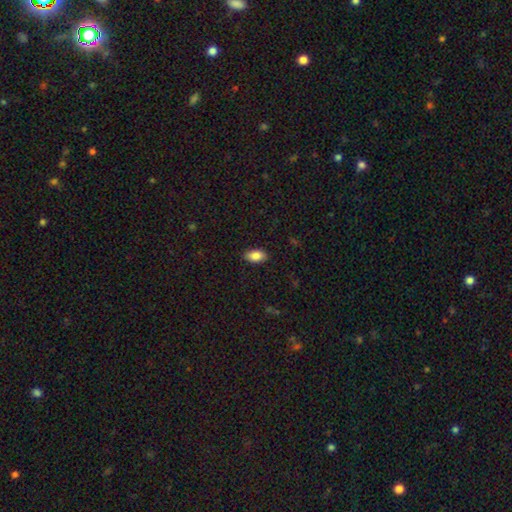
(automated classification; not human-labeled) Q: Smooth or featured?
A: smooth (87%); runner-up: star or artifact (7%)
Q: How rounded?
A: in between (93%); runner-up: round (5%)
Q: Merging?
A: none (87%); runner-up: minor disturbance (10%)